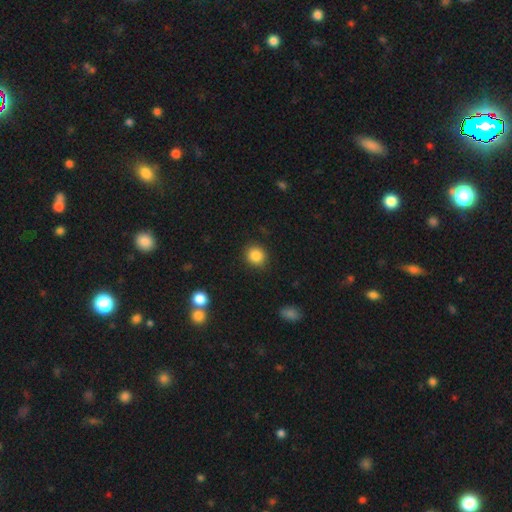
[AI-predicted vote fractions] A smooth galaxy with no disk features (86%) that is round (84%). Merging: none (89%).